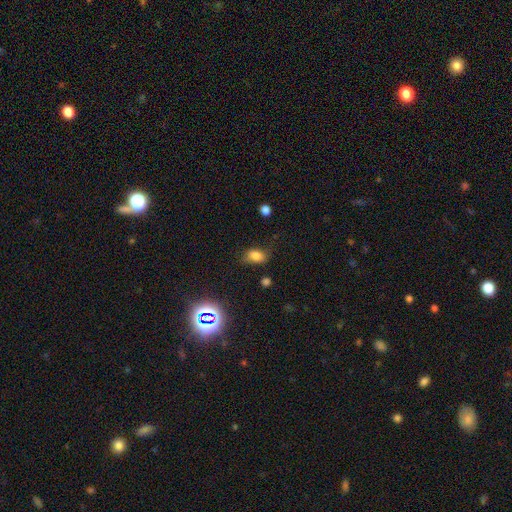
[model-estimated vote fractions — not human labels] Morphology: type=smooth (78%); roundness=in between (81%); merging=none (67%).